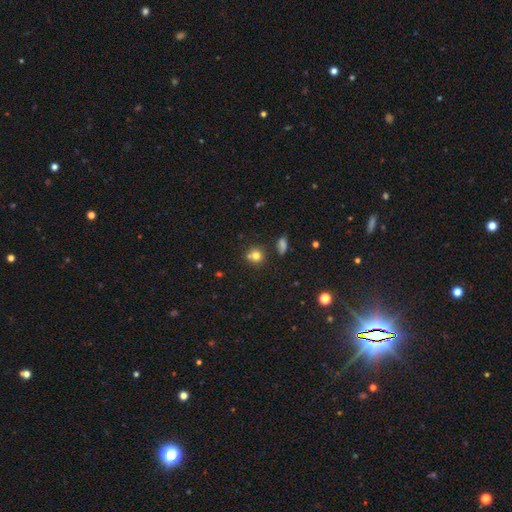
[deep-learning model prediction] Morphology: type=smooth (75%); roundness=round (87%); merging=none (67%).